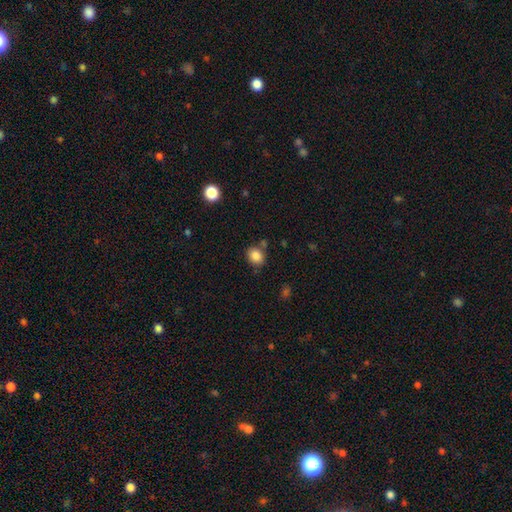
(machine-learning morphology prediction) A smooth galaxy with no disk features (85%) that is round (56%).

Vote fractions:
- Smooth or featured? smooth: 85% / star or artifact: 10% / featured or disk: 5%
- How rounded? round: 56% / in between: 43% / cigar-shaped: 1%
- Merging? none: 74% / minor disturbance: 13% / merger: 9% / major disturbance: 4%